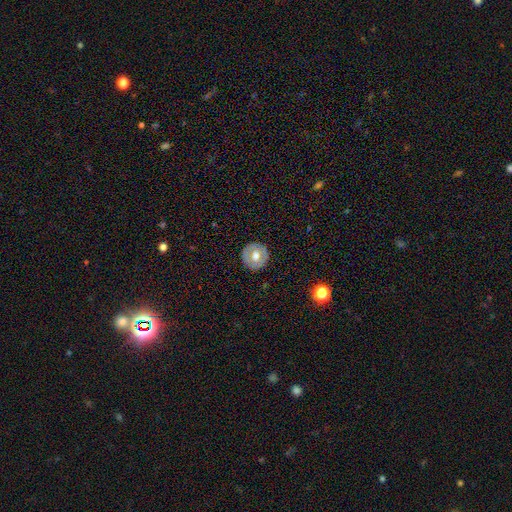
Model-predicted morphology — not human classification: Overall: smooth (53%; featured or disk 40%). How rounded: round (92%). Merging: none (88%).